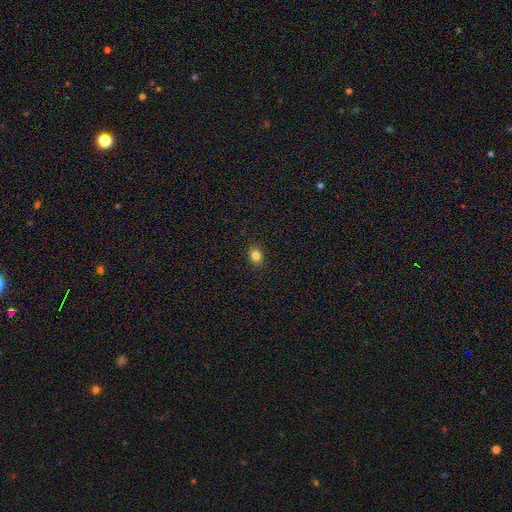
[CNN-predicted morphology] Overall: smooth (82%). How rounded: round (56%; in between 43%). Merging: none (89%).